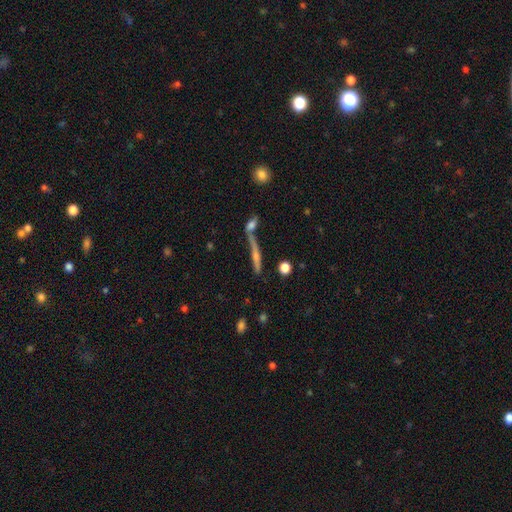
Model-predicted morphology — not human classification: smooth_or_featured: featured or disk (p=0.49) [alt: smooth p=0.28]
merging: none (p=0.66) [alt: merger p=0.15]